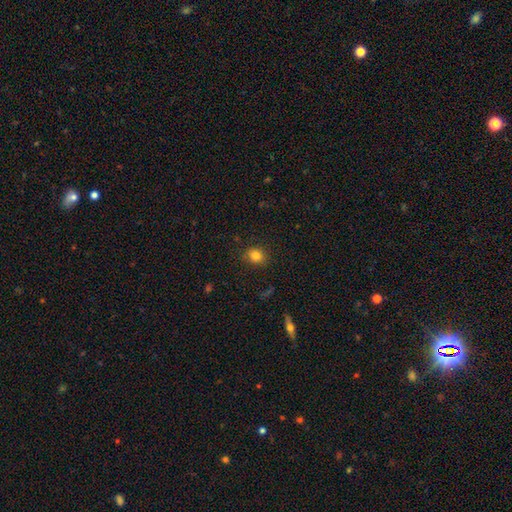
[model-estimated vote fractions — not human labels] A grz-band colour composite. It shows a smooth galaxy with no disk features (82%) that is round (67%). Merging: none (84%).